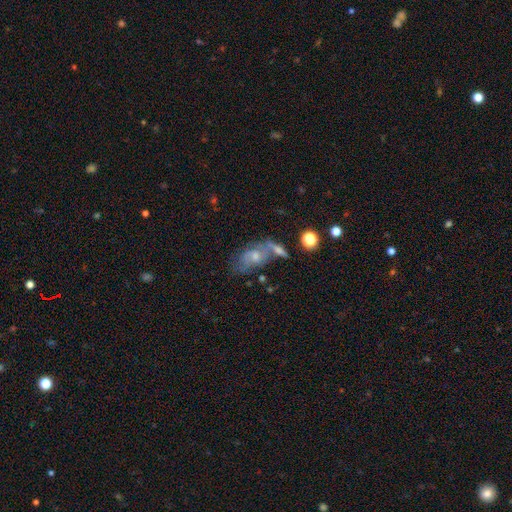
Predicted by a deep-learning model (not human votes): featured or disk 51%, smooth 35%, star or artifact 14%. Down the decision tree: edge-on disk — no (89%); merging — none (37%).